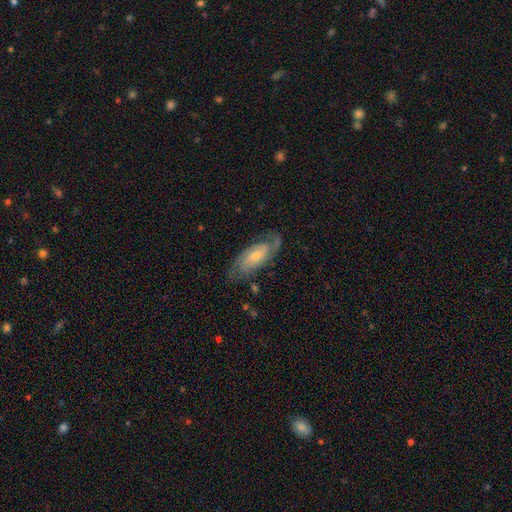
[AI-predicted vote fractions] This is likely a featured or disk galaxy (76%). It is clearly not viewed edge-on (91%). Bar: possibly no (59%). Spiral arm pattern: clearly yes (93%). Spiral arm count: likely 2 (73%). Spiral winding: marginally tight (45%). Central bulge: possibly small (52%). Merging: likely none (74%).